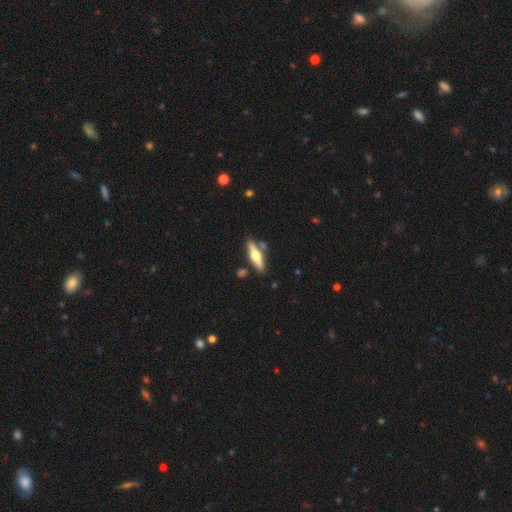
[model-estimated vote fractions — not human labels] Overall: featured or disk (57%; smooth 38%). Edge-on disk: yes (94%). Edge-on bulge: rounded (93%). Merging: none (78%).